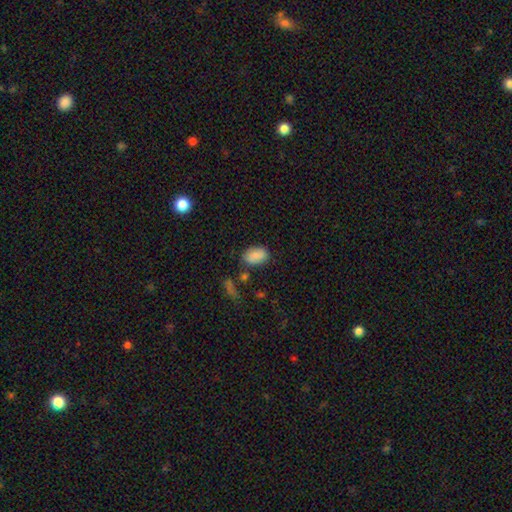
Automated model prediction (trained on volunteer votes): Overall: smooth (85%). How rounded: in between (89%). Merging: none (74%).